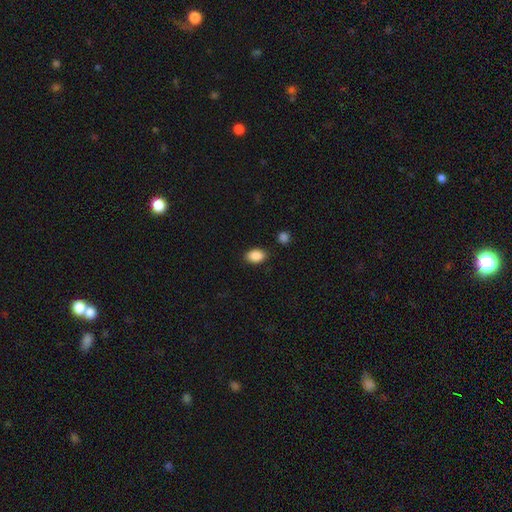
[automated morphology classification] Overall: smooth (89%). How rounded: in between (86%). Merging: none (85%).